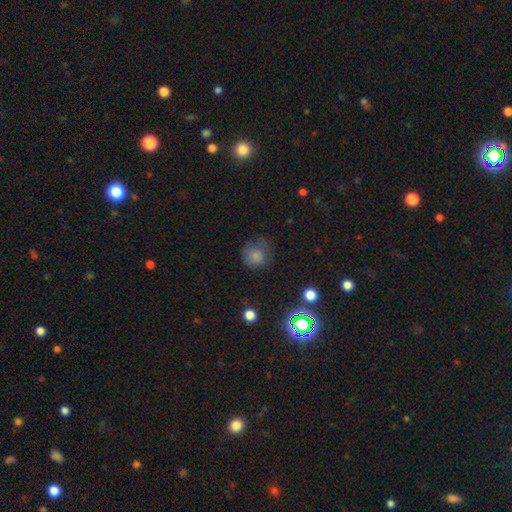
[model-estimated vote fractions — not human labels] A smooth galaxy with no disk features (77%) that is round (86%).

Vote fractions:
- Smooth or featured? smooth: 77% / star or artifact: 13% / featured or disk: 10%
- How rounded? round: 86% / in between: 13% / cigar-shaped: 1%
- Merging? none: 61% / minor disturbance: 25% / major disturbance: 13% / merger: 2%